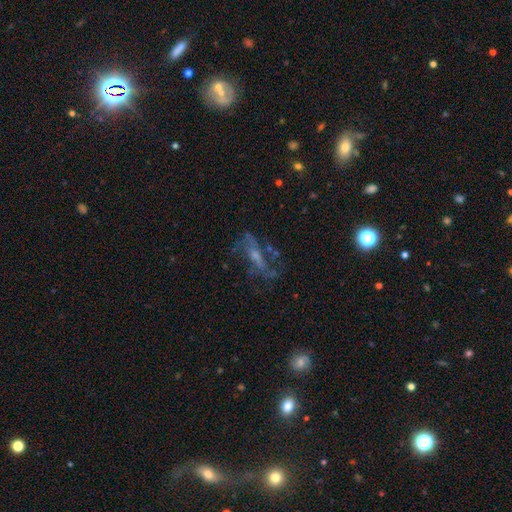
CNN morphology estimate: Smooth or featured? Predicted: featured or disk (p=0.65). Edge-on disk? Predicted: no (p=0.84). Bar? Predicted: no (p=0.40). Spiral arms? Predicted: yes (p=0.76). Bulge size? Predicted: small (p=0.49). Merging? Predicted: none (p=0.61).